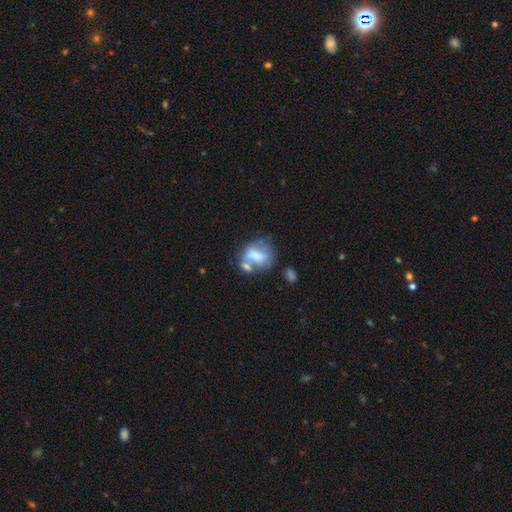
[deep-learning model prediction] A smooth galaxy with no disk features (54%) that is in between round and cigar-shaped (57%). Merging: merger (35%).